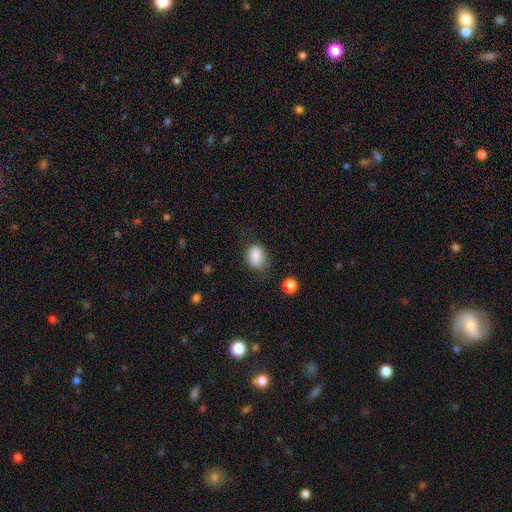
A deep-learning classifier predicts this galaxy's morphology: Smooth or featured? Predicted: smooth (p=0.86). How rounded? Predicted: in between (p=0.72). Merging? Predicted: none (p=0.61).